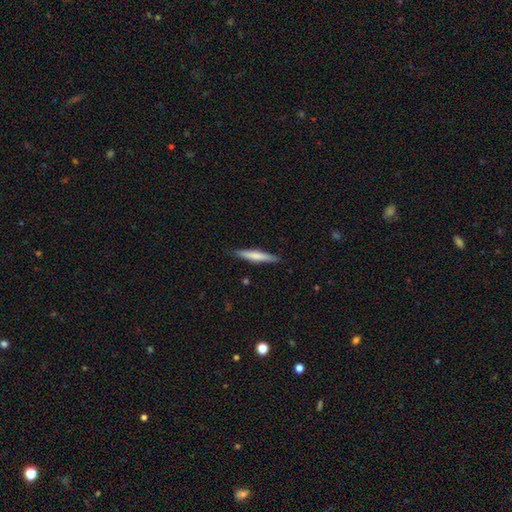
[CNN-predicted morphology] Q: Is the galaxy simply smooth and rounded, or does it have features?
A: smooth — 68%.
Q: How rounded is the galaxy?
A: cigar-shaped — 92%.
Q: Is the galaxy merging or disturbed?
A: none — 88%.